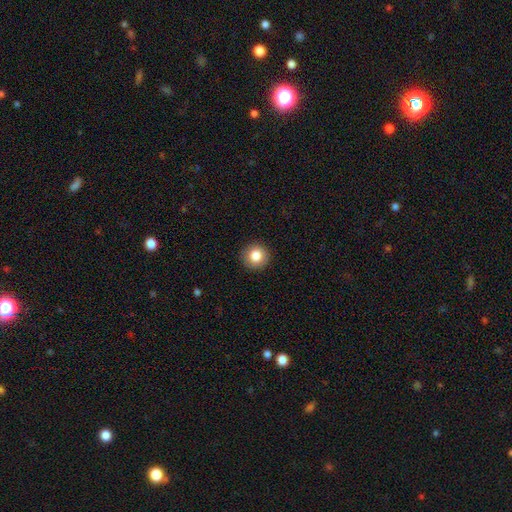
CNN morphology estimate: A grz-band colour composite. It shows a smooth galaxy with no disk features (83%) that is round (95%). Merging: none (92%).